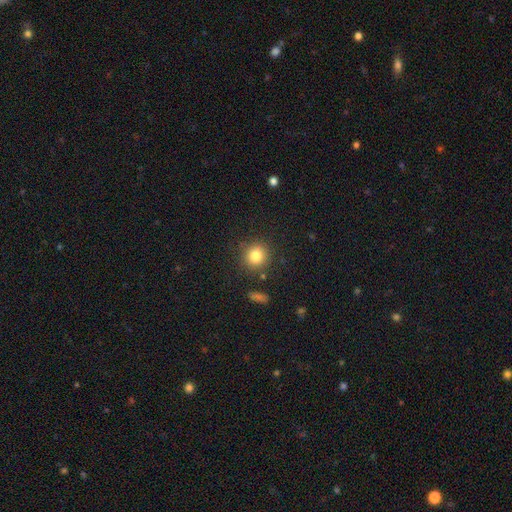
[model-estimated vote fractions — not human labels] Smooth or featured? Predicted: smooth (p=0.81). How rounded? Predicted: round (p=0.89). Merging? Predicted: none (p=0.85).